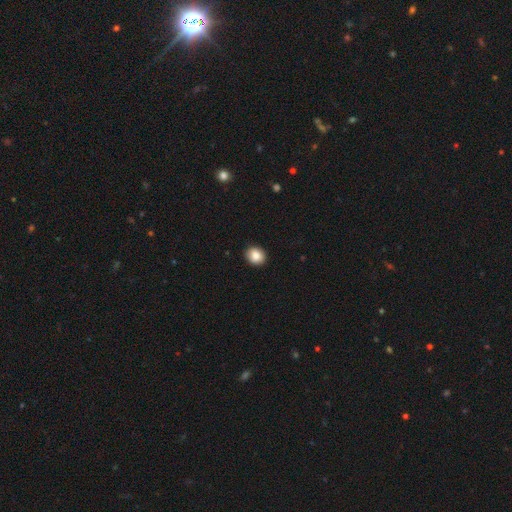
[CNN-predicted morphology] Overall: smooth (87%). How rounded: round (71%). Merging: none (91%).